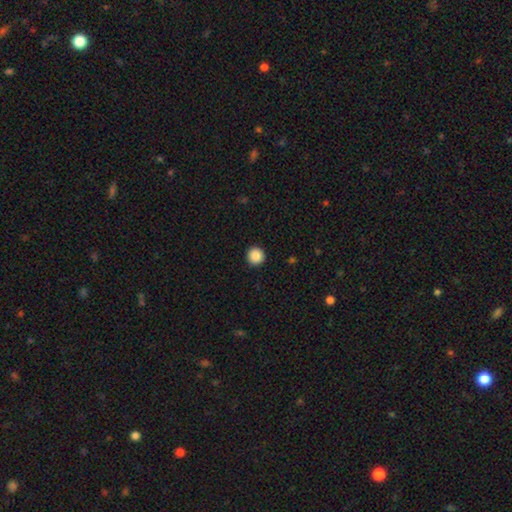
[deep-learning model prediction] smooth-or-featured: smooth: 88% | star or artifact: 9% | featured or disk: 3%
  how-rounded: round: 96% | in between: 3% | cigar-shaped: 1%
  merging: none: 93% | minor disturbance: 4% | major disturbance: 2% | merger: 1%